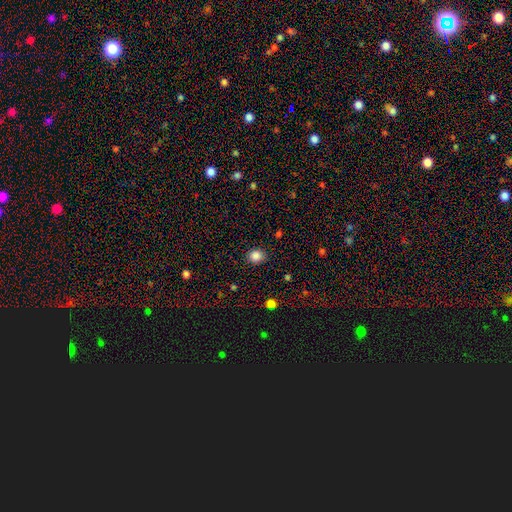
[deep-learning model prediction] Q: Smooth or featured?
A: smooth (86%); runner-up: star or artifact (11%)
Q: How rounded?
A: round (79%); runner-up: in between (21%)
Q: Merging?
A: none (89%); runner-up: minor disturbance (8%)